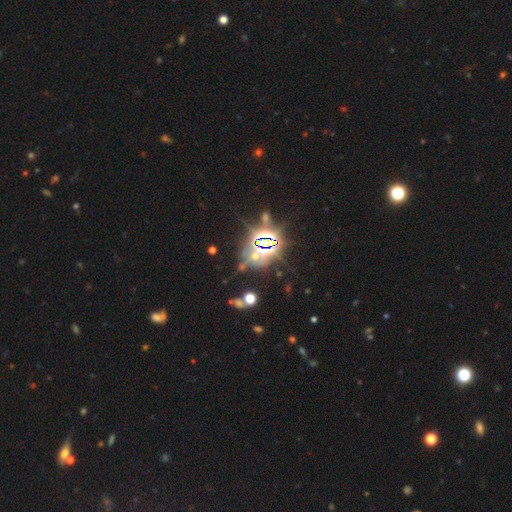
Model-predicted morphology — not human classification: Q: Smooth or featured?
A: star or artifact (75%); runner-up: smooth (16%)